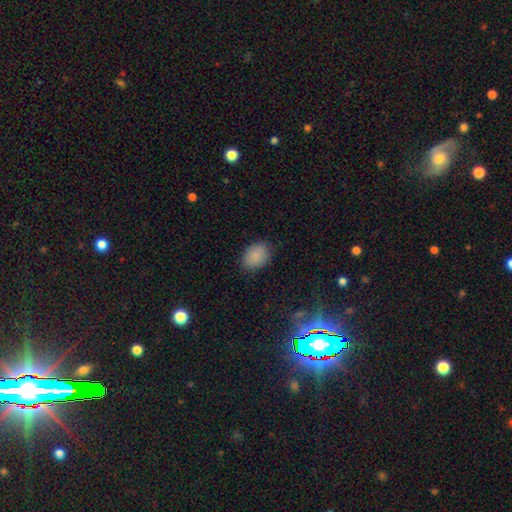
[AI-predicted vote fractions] Morphology: type=smooth (87%); roundness=in between (72%); merging=none (83%).